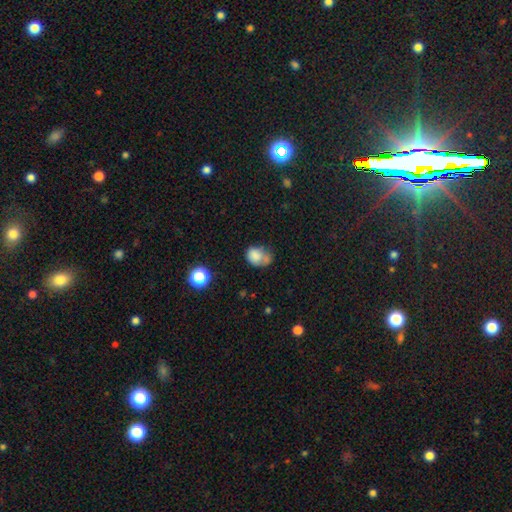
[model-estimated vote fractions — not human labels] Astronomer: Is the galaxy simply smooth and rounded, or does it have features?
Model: smooth — 77%.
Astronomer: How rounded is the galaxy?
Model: in between — 55% (runner-up: round, 45%).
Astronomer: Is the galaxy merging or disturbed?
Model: none — 31% (runner-up: minor disturbance, 28%).